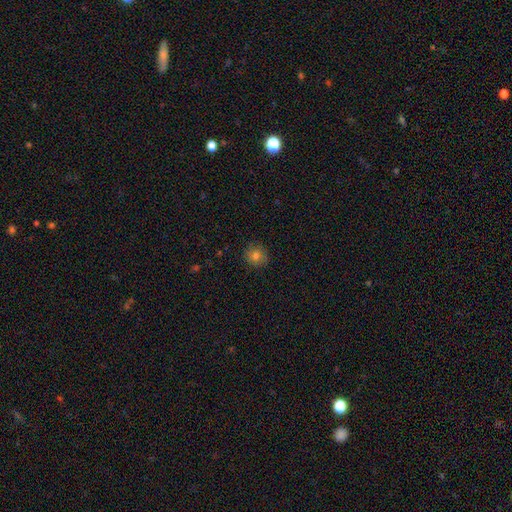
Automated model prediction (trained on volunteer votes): smooth-or-featured: smooth: 79% | star or artifact: 12% | featured or disk: 9%
  how-rounded: round: 87% | in between: 12% | cigar-shaped: 1%
  merging: none: 88% | minor disturbance: 9% | major disturbance: 2% | merger: 1%